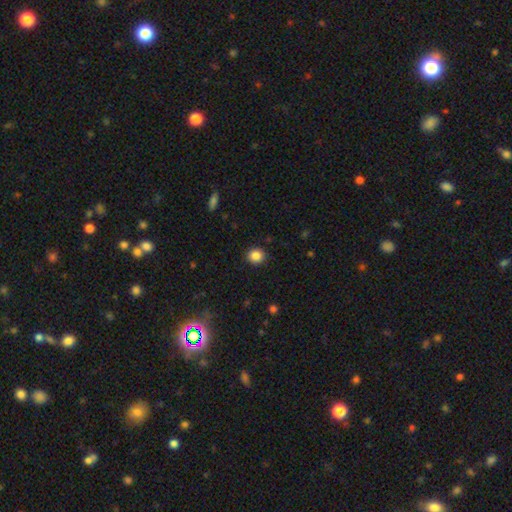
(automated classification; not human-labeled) smooth_or_featured: smooth (p=0.86) [alt: star or artifact p=0.10]
how_rounded: round (p=0.83) [alt: in between p=0.16]
merging: none (p=0.91) [alt: minor disturbance p=0.06]